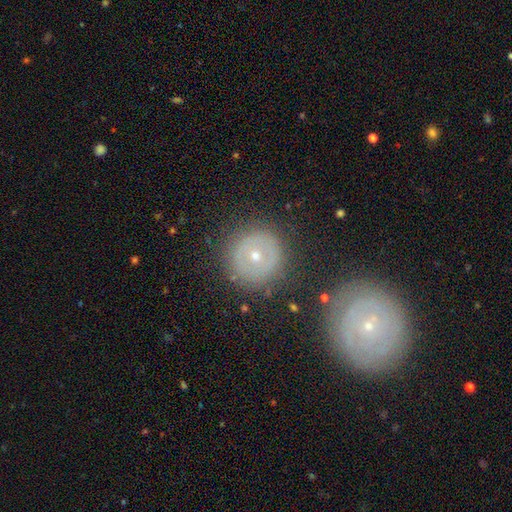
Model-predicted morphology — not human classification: This is possibly a smooth galaxy (48%). Merging: clearly none (85%).